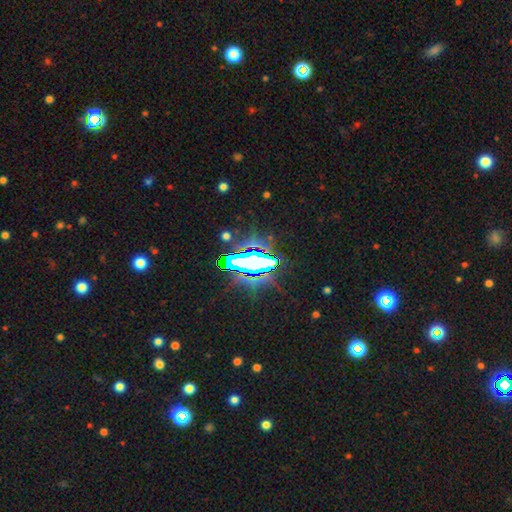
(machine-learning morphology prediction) Overall: star or artifact (79%).